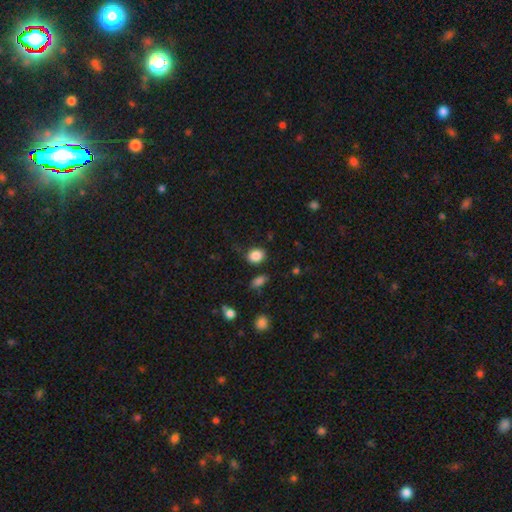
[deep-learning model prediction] Smooth or featured? smooth (86%)
How rounded? round (55%)
Merging? none (80%)